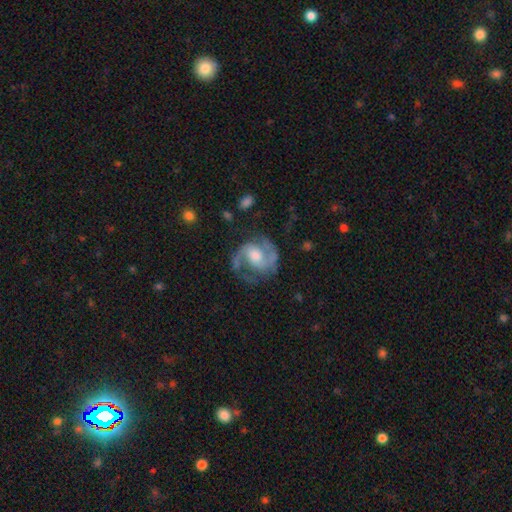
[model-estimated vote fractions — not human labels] featured or disk 88%, smooth 7%, star or artifact 5%. Down the decision tree: edge-on disk — no (98%); bar — no (47%); spiral arms — yes (97%); spiral arm count — 2 (90%); spiral winding — medium (59%); bulge size — moderate (52%); merging — none (71%).